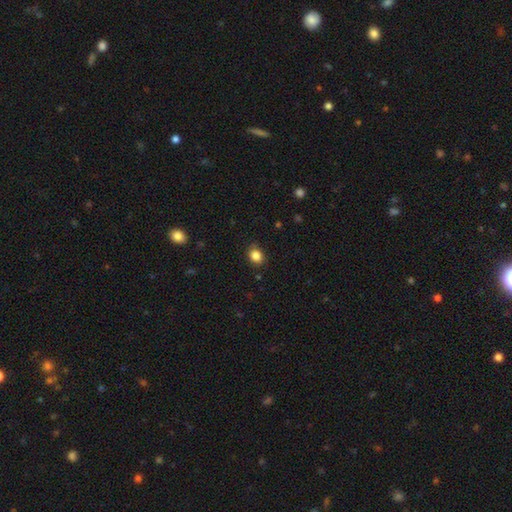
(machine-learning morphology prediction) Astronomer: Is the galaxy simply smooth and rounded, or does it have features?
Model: smooth — 85%.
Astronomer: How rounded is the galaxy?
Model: round — 54% (runner-up: in between, 45%).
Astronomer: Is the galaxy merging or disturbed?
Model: none — 84%.